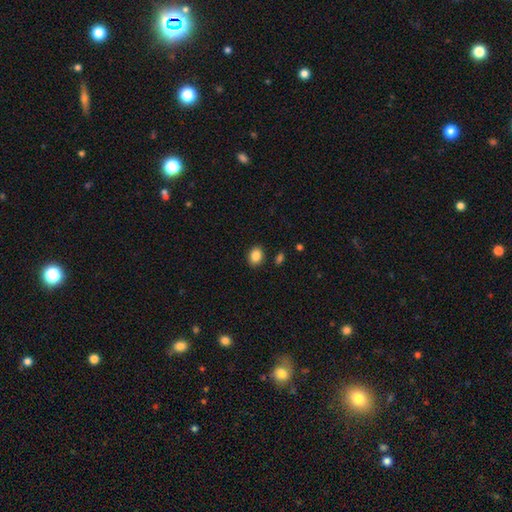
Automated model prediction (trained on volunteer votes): A smooth galaxy with no disk features (86%) that is in between round and cigar-shaped (58%).

Vote fractions:
- Smooth or featured? smooth: 86% / star or artifact: 9% / featured or disk: 5%
- How rounded? in between: 58% / round: 41% / cigar-shaped: 1%
- Merging? none: 87% / minor disturbance: 8% / major disturbance: 2% / merger: 2%